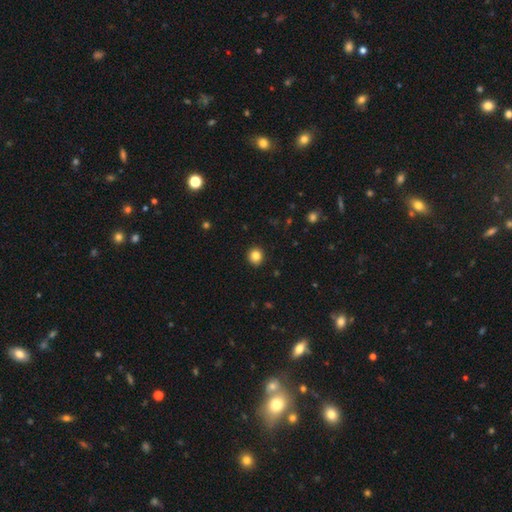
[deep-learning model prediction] The model was most divided on "smooth or featured": smooth: 84%, star or artifact: 11%, featured or disk: 6%. More confident: merging — none (93%); how rounded — round (91%).